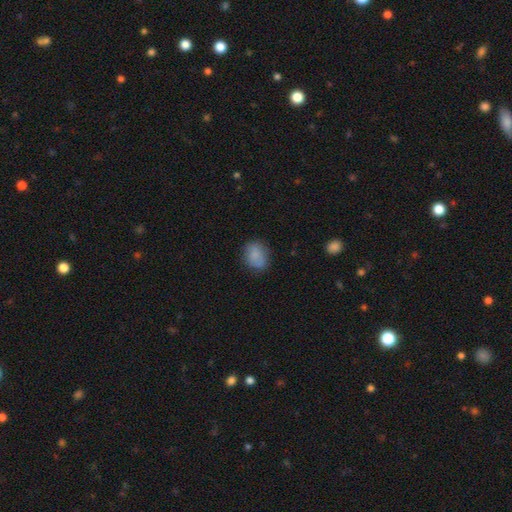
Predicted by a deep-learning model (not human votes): Morphology: type=smooth (82%); roundness=round (59%); merging=none (75%).